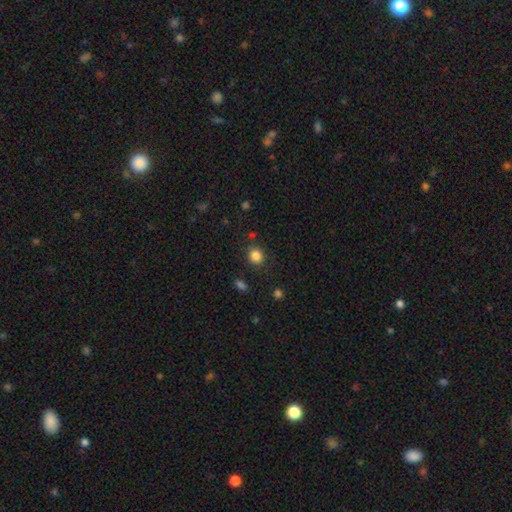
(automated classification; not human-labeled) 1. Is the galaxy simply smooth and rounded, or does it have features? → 84% smooth, 11% star or artifact, 4% featured or disk.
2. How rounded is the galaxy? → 77% round, 22% in between, 1% cigar-shaped.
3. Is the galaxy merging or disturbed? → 83% none, 10% minor disturbance, 4% major disturbance, 3% merger.